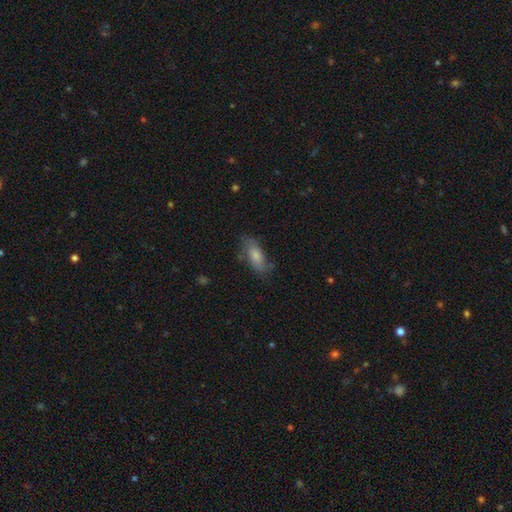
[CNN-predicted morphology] Overall: smooth (71%). How rounded: in between (82%). Merging: none (65%).